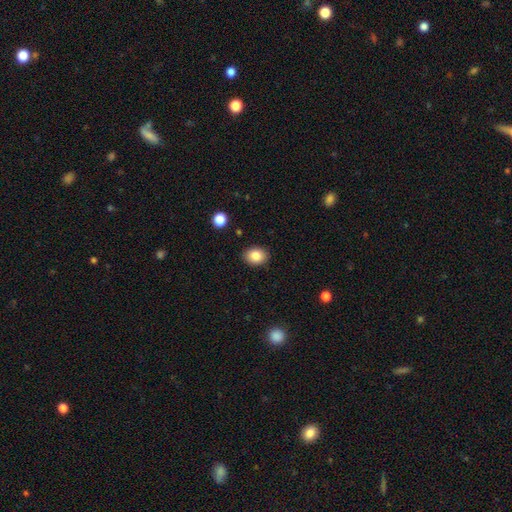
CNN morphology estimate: smooth_or_featured: smooth (p=0.84) [alt: star or artifact p=0.09]
how_rounded: in between (p=0.58) [alt: round p=0.41]
merging: none (p=0.89) [alt: minor disturbance p=0.08]